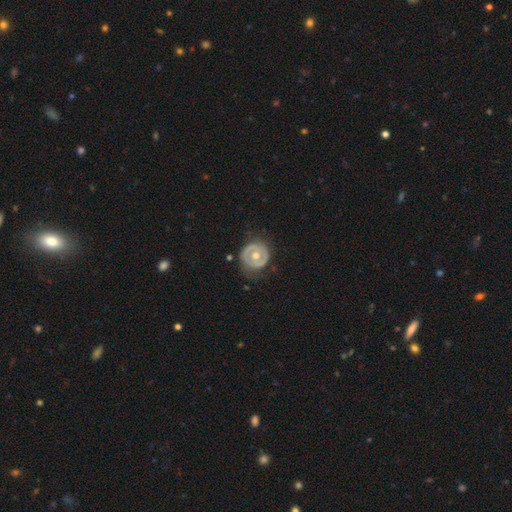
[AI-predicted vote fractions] This appears to be a featured or disk galaxy (59%) with no bar (79%), no spiral arms (75%) and a moderate central bulge (79%). Merging: none (74%).